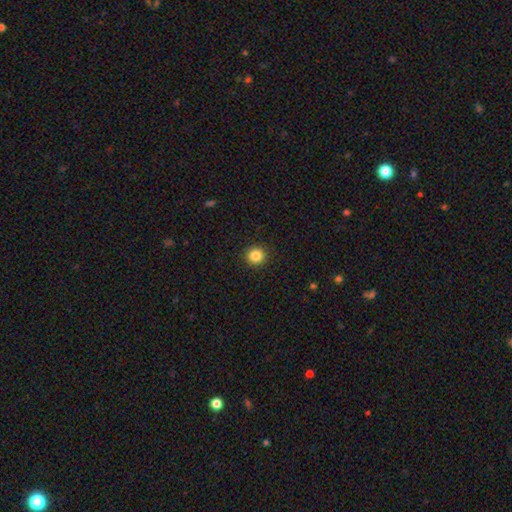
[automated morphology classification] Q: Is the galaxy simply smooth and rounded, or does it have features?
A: smooth — 85%.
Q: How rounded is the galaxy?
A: round — 93%.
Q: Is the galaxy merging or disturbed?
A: none — 92%.